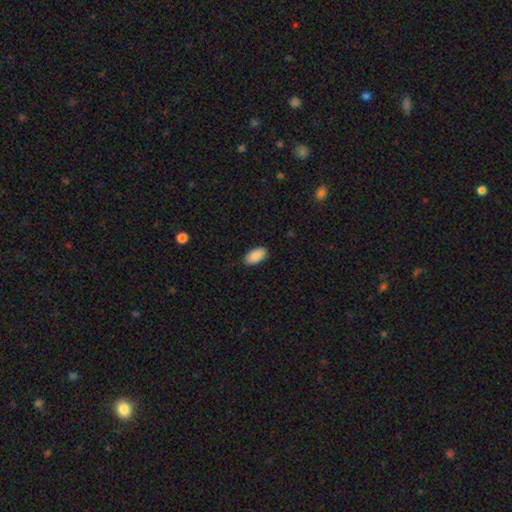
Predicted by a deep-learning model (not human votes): Smooth or featured? smooth (90%)
How rounded? in between (95%)
Merging? none (88%)